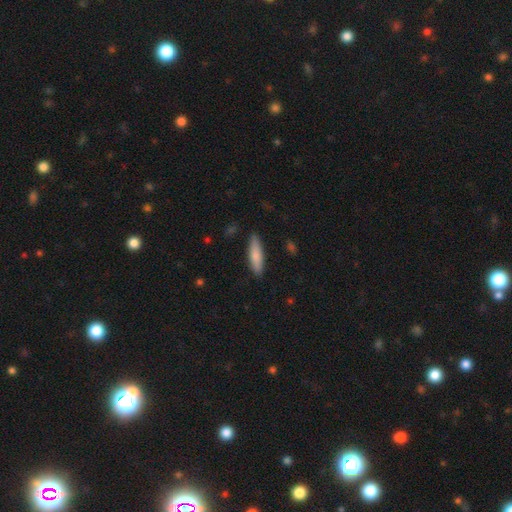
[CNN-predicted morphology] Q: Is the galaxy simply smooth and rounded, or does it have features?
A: smooth — 80%.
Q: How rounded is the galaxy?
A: cigar-shaped — 70%.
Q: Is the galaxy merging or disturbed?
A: none — 86%.